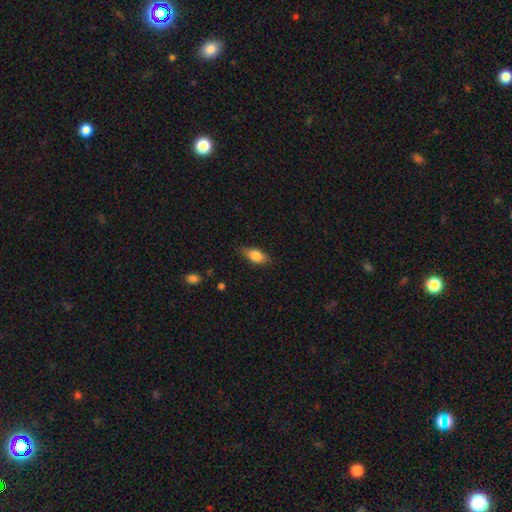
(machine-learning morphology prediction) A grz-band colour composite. It shows a smooth galaxy with no disk features (78%) that is in between round and cigar-shaped (83%). Merging: none (77%).